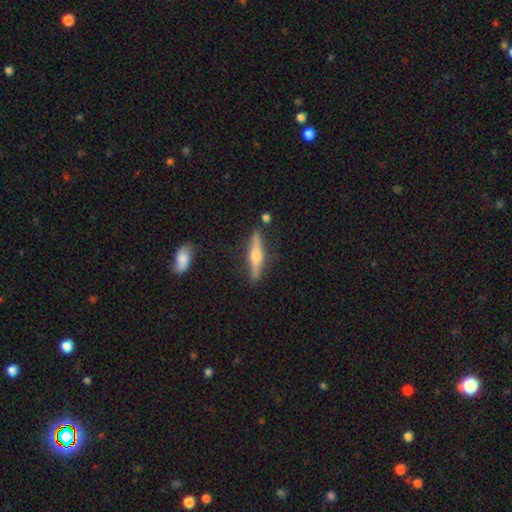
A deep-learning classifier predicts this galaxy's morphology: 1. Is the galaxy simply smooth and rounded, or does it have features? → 65% featured or disk, 29% smooth, 6% star or artifact.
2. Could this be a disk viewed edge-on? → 96% yes, 4% no.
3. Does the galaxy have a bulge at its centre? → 93% rounded, 4% boxy, 4% none.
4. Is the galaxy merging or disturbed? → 85% none, 10% minor disturbance, 3% merger, 2% major disturbance.